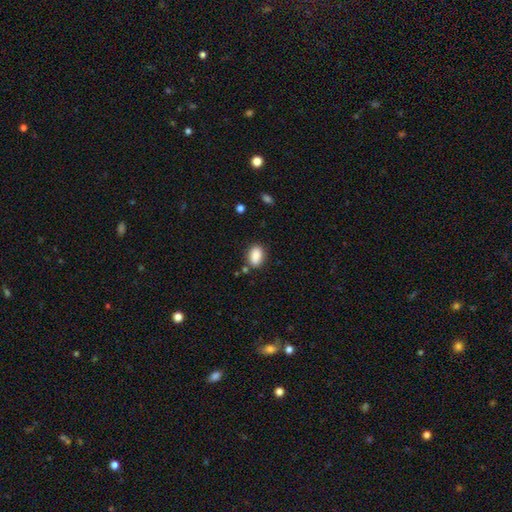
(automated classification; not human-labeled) smooth_or_featured: smooth (p=0.88) [alt: star or artifact p=0.08]
how_rounded: in between (p=0.85) [alt: round p=0.12]
merging: none (p=0.78) [alt: minor disturbance p=0.13]